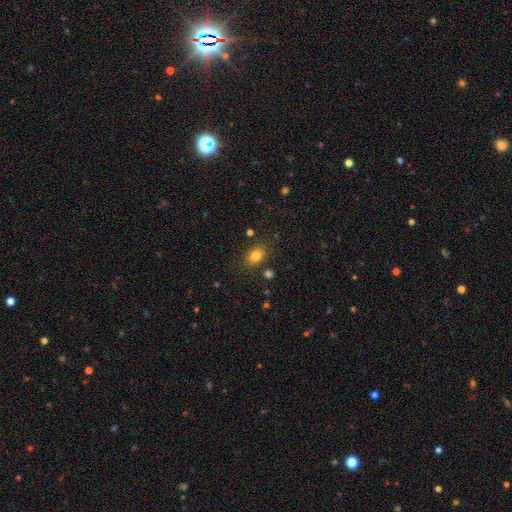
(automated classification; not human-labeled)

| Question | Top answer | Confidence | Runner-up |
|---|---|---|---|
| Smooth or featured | smooth | 80% | star or artifact (12%) |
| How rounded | in between | 70% | round (28%) |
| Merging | none | 80% | minor disturbance (12%) |